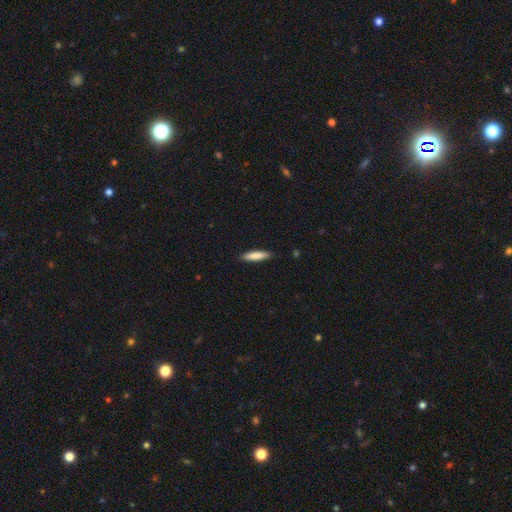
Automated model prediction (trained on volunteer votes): The model was most divided on "how rounded": cigar-shaped: 82%, in between: 16%, round: 1%. More confident: merging — none (90%); smooth or featured — smooth (82%).